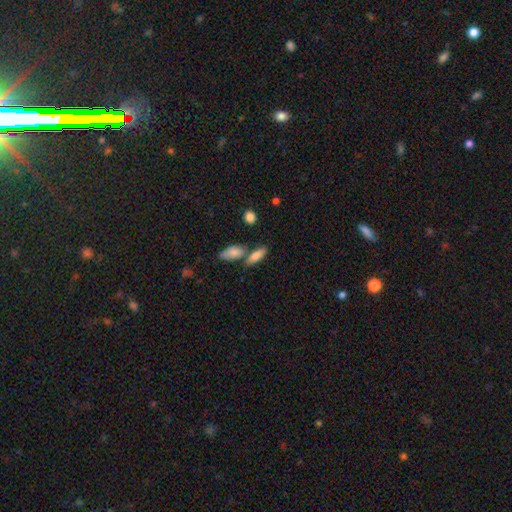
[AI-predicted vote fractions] Smooth or featured?
  - smooth: 79% *
  - featured or disk: 14%
  - star or artifact: 7%
How rounded?
  - in between: 67% *
  - cigar-shaped: 30%
  - round: 3%
Merging?
  - none: 57% *
  - merger: 27%
  - minor disturbance: 13%
  - major disturbance: 4%